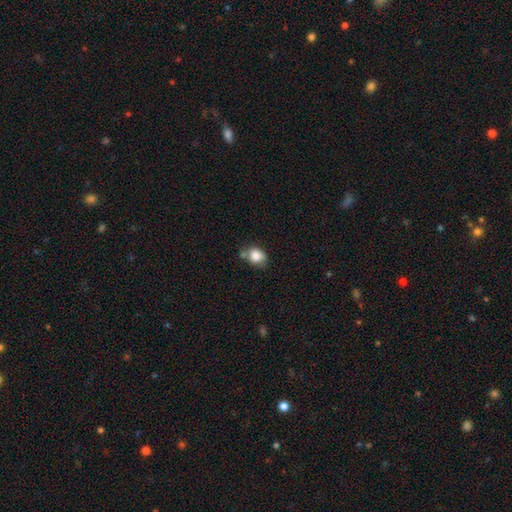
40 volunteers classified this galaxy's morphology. Smooth or featured? smooth (85%)
How rounded? round (50%, tied with in between)
Merging? none (50%)